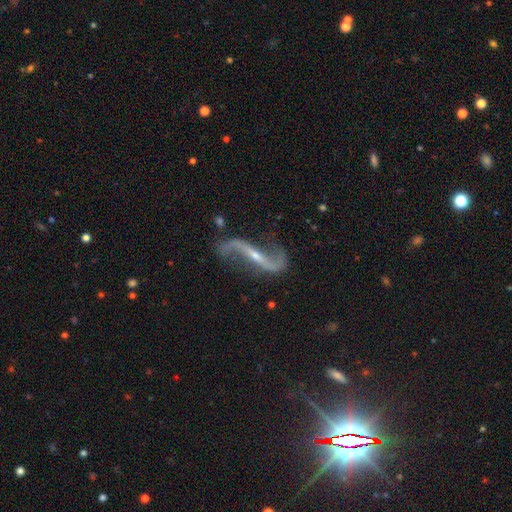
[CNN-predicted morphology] This appears to be a featured or disk galaxy (91%) with a strong bar (46%), 2 (93%) loose (90%) spiral arms (96%) and a small central bulge (72%). Merging: none (71%).